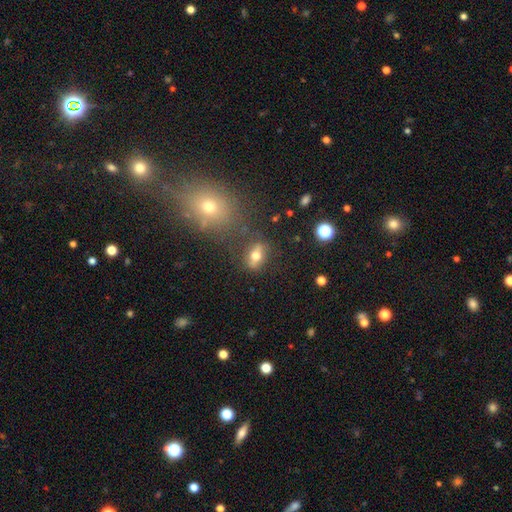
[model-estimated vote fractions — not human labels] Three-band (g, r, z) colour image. It shows a smooth galaxy with no disk features (55%) that is in between round and cigar-shaped (68%). Merging: none (74%).